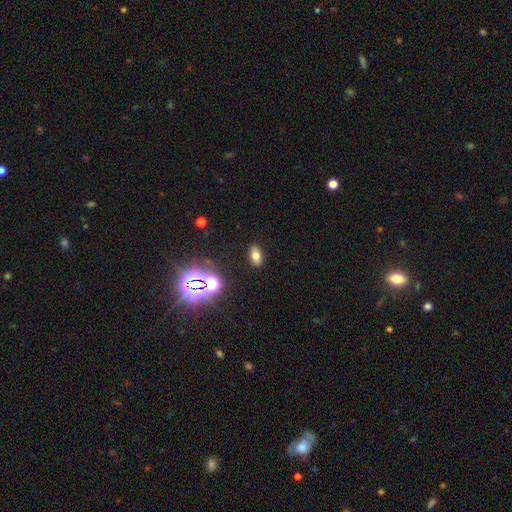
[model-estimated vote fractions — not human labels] Q: Smooth or featured?
A: smooth (66%); runner-up: star or artifact (21%)
Q: How rounded?
A: in between (87%); runner-up: round (8%)
Q: Merging?
A: none (88%); runner-up: minor disturbance (8%)